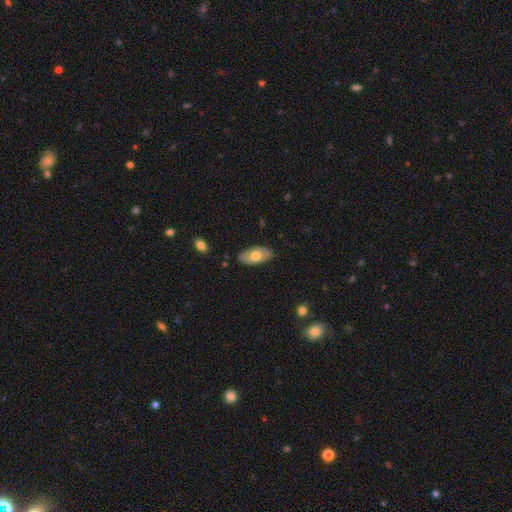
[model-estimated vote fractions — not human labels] A smooth galaxy with no disk features (65%) that is in between round and cigar-shaped (94%).

Vote fractions:
- Smooth or featured? smooth: 65% / featured or disk: 30% / star or artifact: 6%
- How rounded? in between: 94% / cigar-shaped: 3% / round: 3%
- Merging? none: 84% / minor disturbance: 13% / major disturbance: 2% / merger: 1%